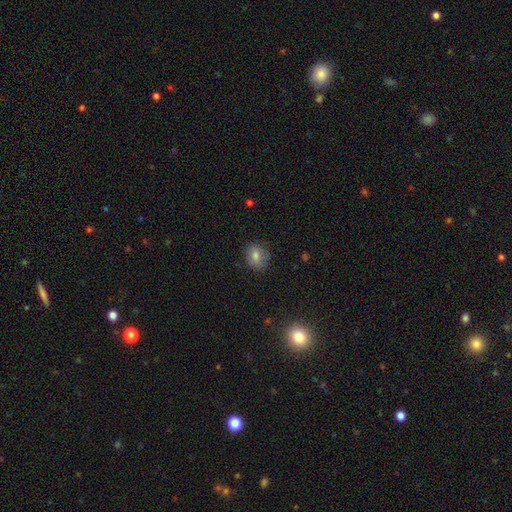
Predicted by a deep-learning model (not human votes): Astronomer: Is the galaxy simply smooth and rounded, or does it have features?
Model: smooth — 75%.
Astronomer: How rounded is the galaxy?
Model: round — 58% (runner-up: in between, 40%).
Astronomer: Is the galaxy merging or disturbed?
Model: none — 84%.